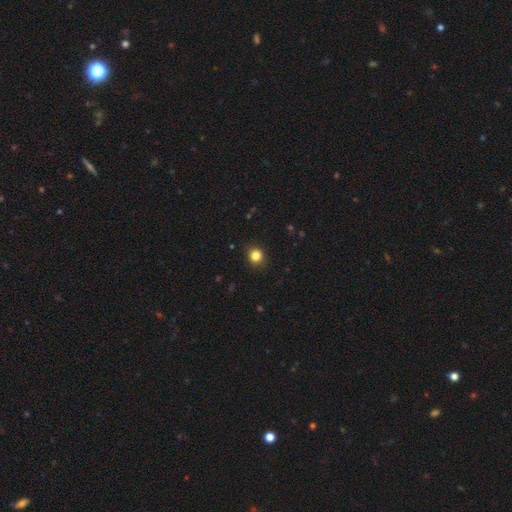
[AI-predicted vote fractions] This appears to be a smooth galaxy with no disk features (83%) that is round (86%). Merging: none (90%).